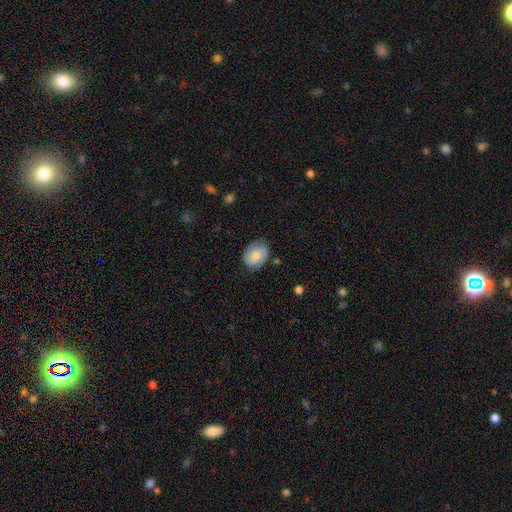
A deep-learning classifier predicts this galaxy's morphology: A smooth galaxy with no disk features (63%) that is in between round and cigar-shaped (64%). Merging: none (72%).